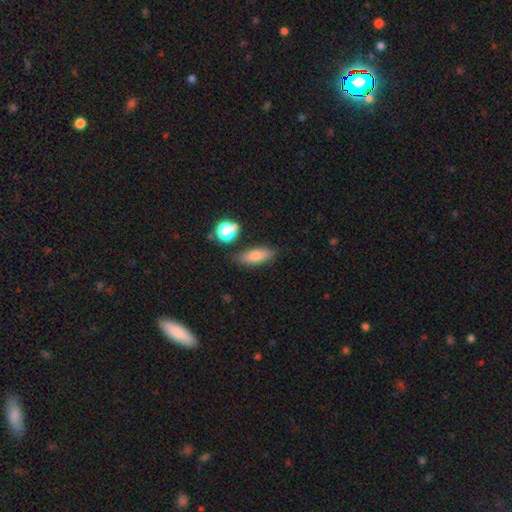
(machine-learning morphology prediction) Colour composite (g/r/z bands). It shows a smooth galaxy with no disk features (76%) that is in between round and cigar-shaped (64%). Merging: none (82%).